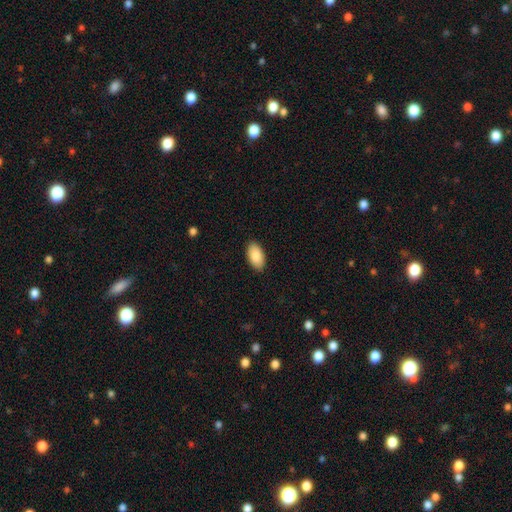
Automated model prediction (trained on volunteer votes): Smooth or featured? smooth (89%)
How rounded? in between (95%)
Merging? none (89%)